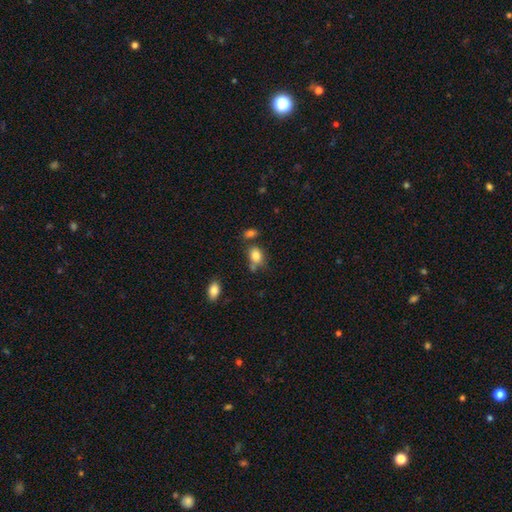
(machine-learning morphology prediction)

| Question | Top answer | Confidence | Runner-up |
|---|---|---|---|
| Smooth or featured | smooth | 82% | star or artifact (10%) |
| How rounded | in between | 70% | round (29%) |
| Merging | none | 57% | minor disturbance (19%) |